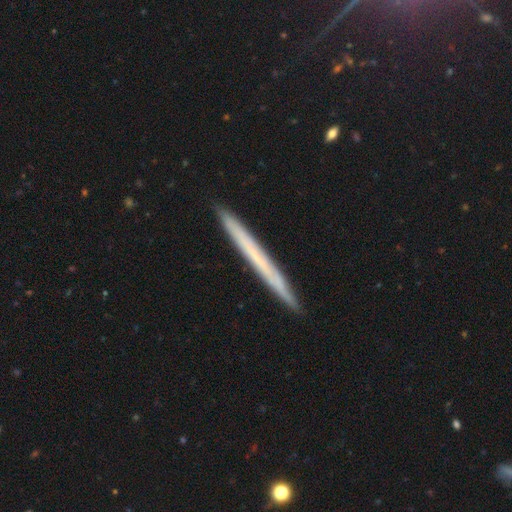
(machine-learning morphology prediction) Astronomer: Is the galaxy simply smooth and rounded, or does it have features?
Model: smooth — 47% (runner-up: featured or disk, 46%).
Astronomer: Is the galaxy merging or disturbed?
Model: none — 91%.